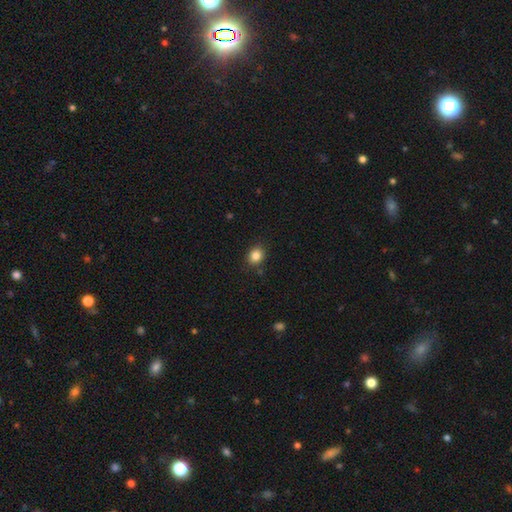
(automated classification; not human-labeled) Smooth or featured: smooth — 85% (star or artifact — 11%)
How rounded: round — 64% (in between — 35%)
Merging: none — 86% (minor disturbance — 9%)